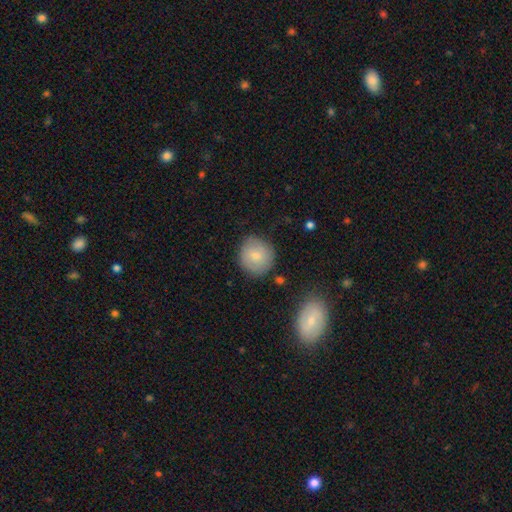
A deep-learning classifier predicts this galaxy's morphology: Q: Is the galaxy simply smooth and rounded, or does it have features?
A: smooth — 78%.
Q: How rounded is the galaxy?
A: round — 89%.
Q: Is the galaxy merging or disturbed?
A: none — 81%.